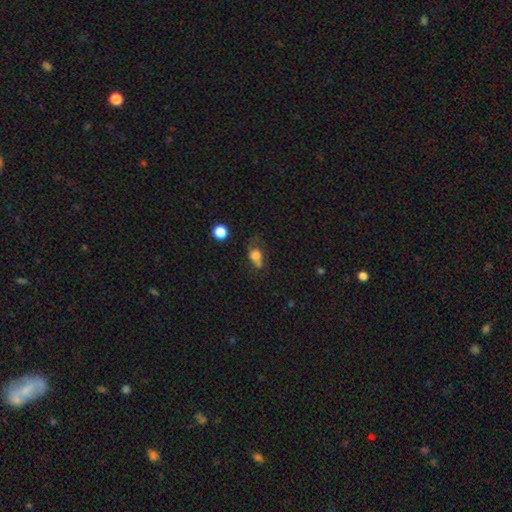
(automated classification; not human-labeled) Smooth or featured: smooth — 71% (featured or disk — 16%)
How rounded: in between — 56% (round — 41%)
Merging: none — 33% (major disturbance — 30%)